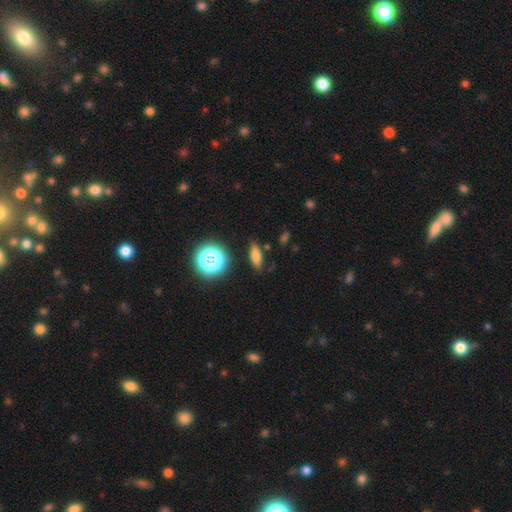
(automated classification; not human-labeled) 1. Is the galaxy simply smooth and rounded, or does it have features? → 70% smooth, 18% star or artifact, 12% featured or disk.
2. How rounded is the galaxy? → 56% in between, 34% cigar-shaped, 10% round.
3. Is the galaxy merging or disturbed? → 85% none, 10% minor disturbance, 3% major disturbance, 2% merger.